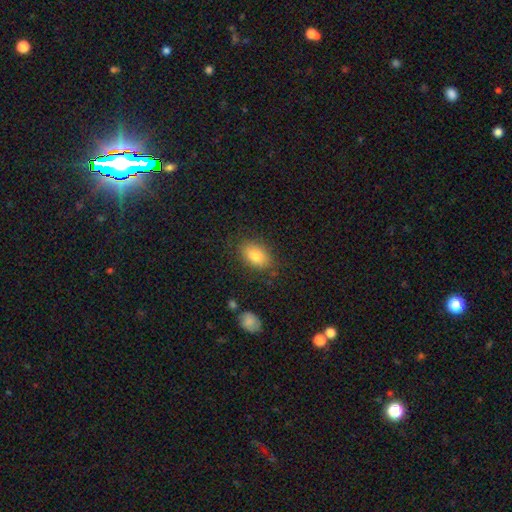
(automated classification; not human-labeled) smooth-or-featured: smooth: 79% | featured or disk: 12% | star or artifact: 9%
  how-rounded: in between: 84% | round: 14% | cigar-shaped: 2%
  merging: none: 82% | minor disturbance: 13% | major disturbance: 4% | merger: 2%